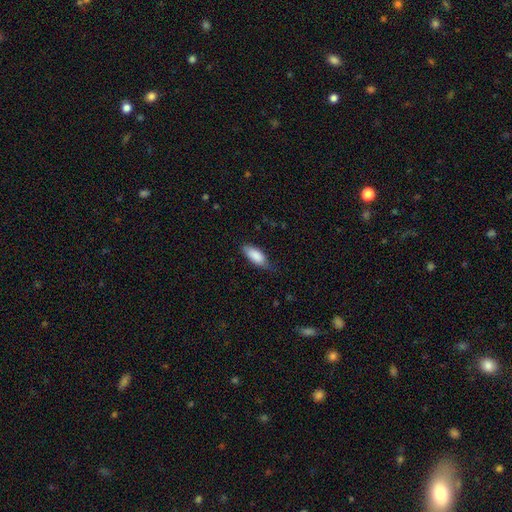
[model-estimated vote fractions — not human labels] Smooth or featured?
  - smooth: 87% *
  - featured or disk: 8%
  - star or artifact: 6%
How rounded?
  - in between: 81% *
  - cigar-shaped: 17%
  - round: 2%
Merging?
  - none: 67% *
  - minor disturbance: 27%
  - major disturbance: 5%
  - merger: 1%